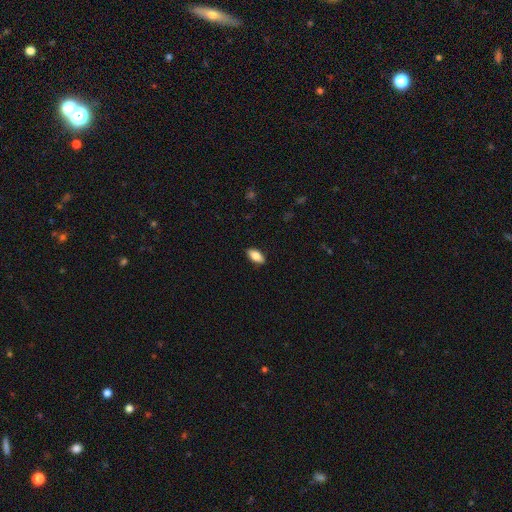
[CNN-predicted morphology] Overall: smooth (81%). How rounded: in between (89%). Merging: none (89%).